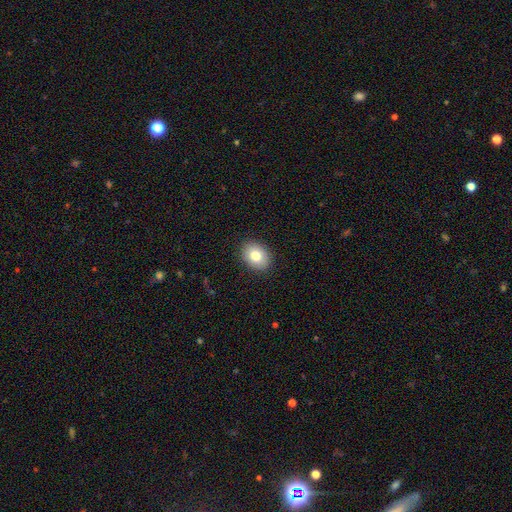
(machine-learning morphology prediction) A smooth galaxy with no disk features (80%) that is in between round and cigar-shaped (64%). Merging: none (89%).